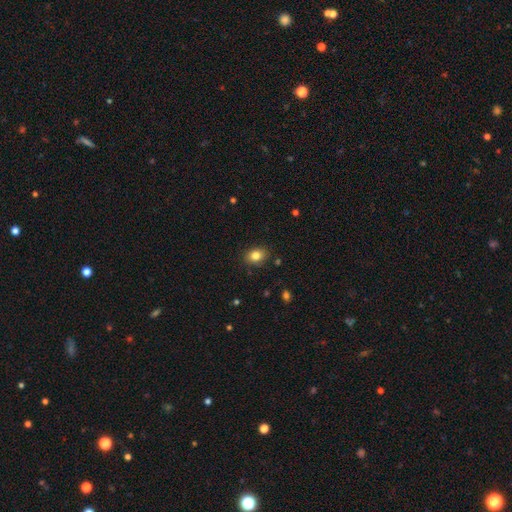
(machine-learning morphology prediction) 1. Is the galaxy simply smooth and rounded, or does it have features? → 83% smooth, 10% star or artifact, 7% featured or disk.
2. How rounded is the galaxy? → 62% in between, 37% round, 1% cigar-shaped.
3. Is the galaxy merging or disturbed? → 86% none, 10% minor disturbance, 2% major disturbance, 1% merger.